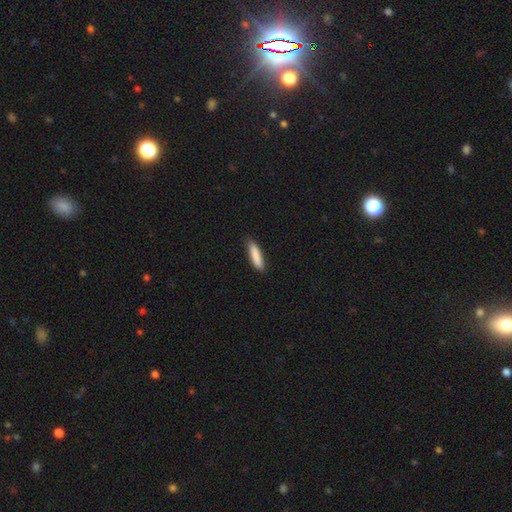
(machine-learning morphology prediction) Smooth or featured?
  - smooth: 87% *
  - featured or disk: 7%
  - star or artifact: 6%
How rounded?
  - cigar-shaped: 78% *
  - in between: 20%
  - round: 1%
Merging?
  - none: 85% *
  - minor disturbance: 12%
  - major disturbance: 2%
  - merger: 1%